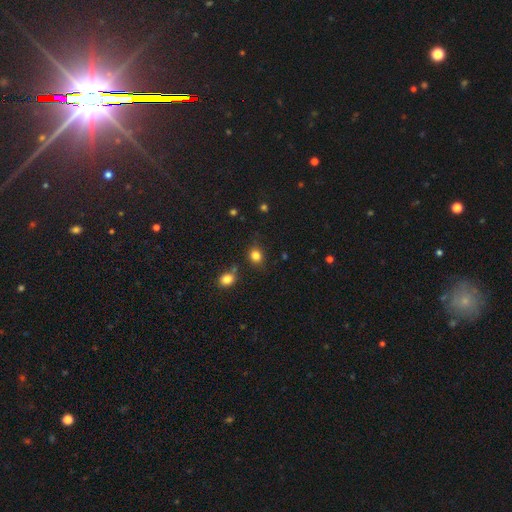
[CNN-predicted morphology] Overall: smooth (81%). How rounded: round (68%; in between 31%). Merging: none (76%).